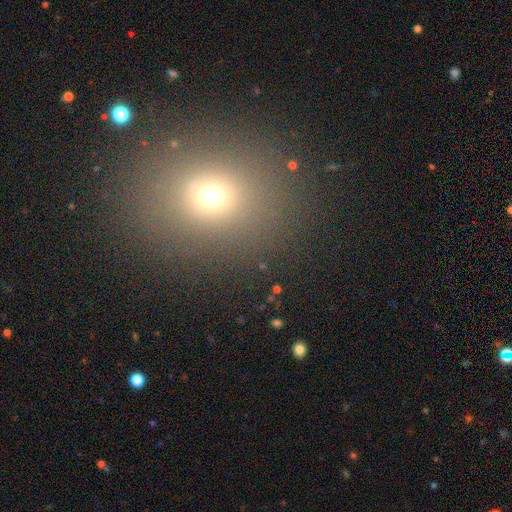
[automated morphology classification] Smooth or featured? Predicted: smooth (p=0.62). How rounded? Predicted: round (p=0.62). Merging? Predicted: none (p=0.86).